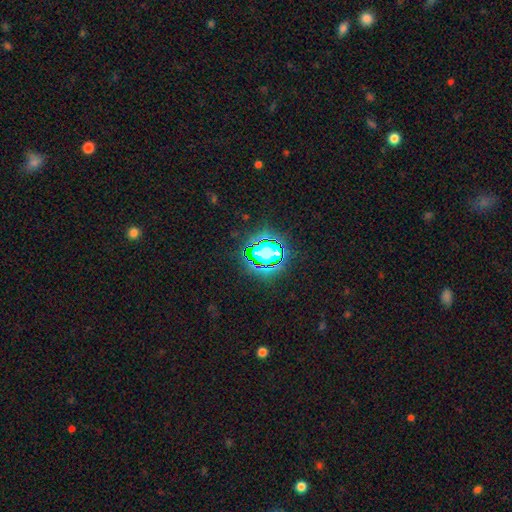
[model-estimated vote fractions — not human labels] Smooth or featured?
  - star or artifact: 77% *
  - smooth: 15%
  - featured or disk: 8%